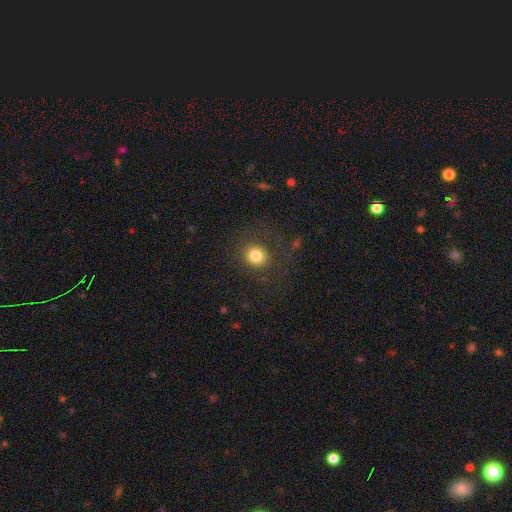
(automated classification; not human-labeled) The model was most divided on "smooth or featured": smooth: 81%, star or artifact: 12%, featured or disk: 7%. More confident: how rounded — round (84%); merging — none (80%).